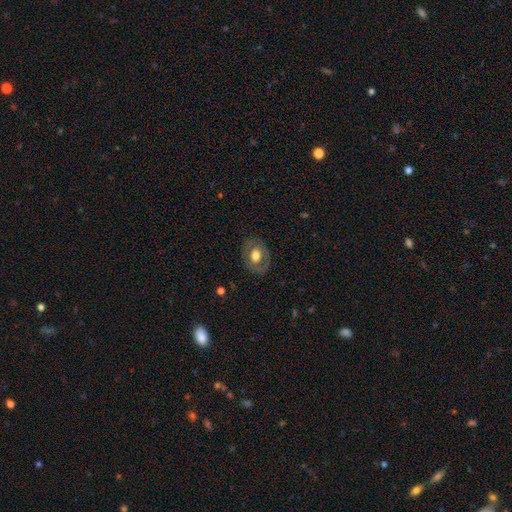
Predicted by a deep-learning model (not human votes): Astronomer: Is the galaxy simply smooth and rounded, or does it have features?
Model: smooth — 51% (runner-up: featured or disk, 43%).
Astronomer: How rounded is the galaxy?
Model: in between — 62%.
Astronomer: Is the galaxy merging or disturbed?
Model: none — 80%.